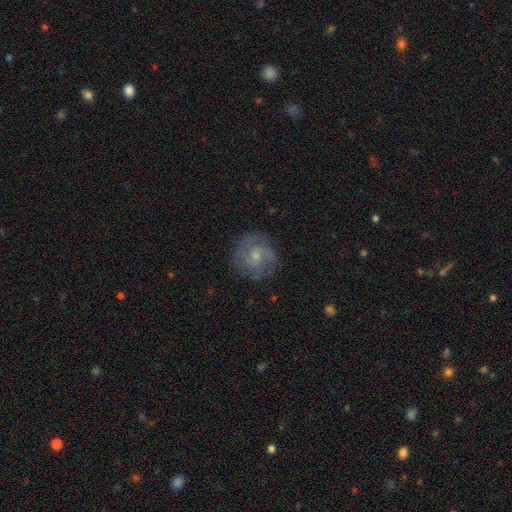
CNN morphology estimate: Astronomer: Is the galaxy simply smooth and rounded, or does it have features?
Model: featured or disk — 69%.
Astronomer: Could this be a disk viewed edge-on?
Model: no — 97%.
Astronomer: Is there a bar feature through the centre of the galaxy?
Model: no — 69%.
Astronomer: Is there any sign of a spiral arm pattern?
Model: yes — 89%.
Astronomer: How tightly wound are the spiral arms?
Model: tight — 48% (runner-up: medium, 40%).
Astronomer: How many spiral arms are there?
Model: can't tell — 31% (runner-up: 3, 27%).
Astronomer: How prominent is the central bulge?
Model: small — 55% (runner-up: moderate, 40%).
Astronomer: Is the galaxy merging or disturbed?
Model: none — 77%.